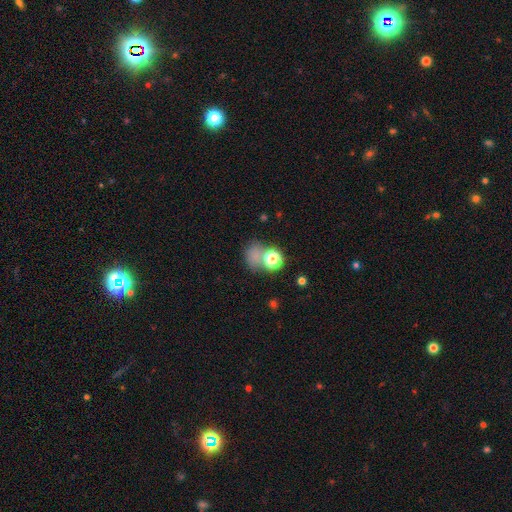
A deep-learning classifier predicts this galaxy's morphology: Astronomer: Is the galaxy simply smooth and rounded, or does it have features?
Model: smooth — 66%.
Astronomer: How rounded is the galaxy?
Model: round — 60% (runner-up: in between, 39%).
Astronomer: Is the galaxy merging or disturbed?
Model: none — 47%.